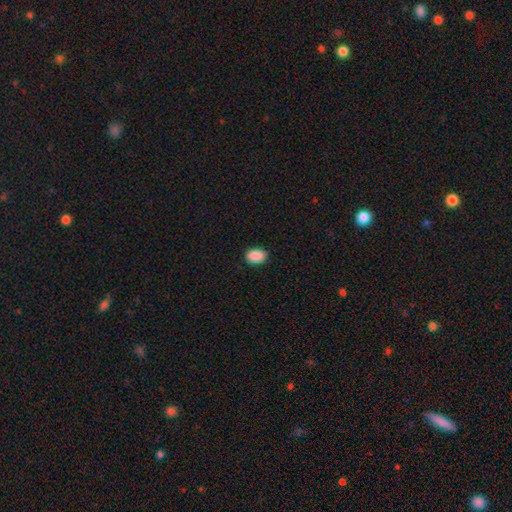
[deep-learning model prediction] Smooth or featured? smooth (90%)
How rounded? in between (82%)
Merging? none (87%)